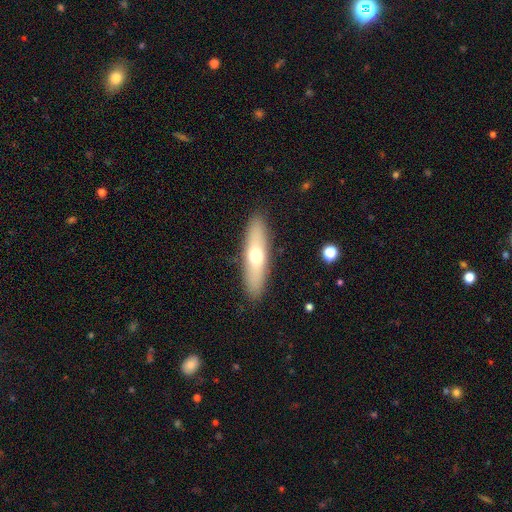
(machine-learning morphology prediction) Smooth or featured?
  - smooth: 59% *
  - featured or disk: 35%
  - star or artifact: 6%
How rounded?
  - cigar-shaped: 68% *
  - in between: 30%
  - round: 2%
Merging?
  - none: 89% *
  - minor disturbance: 8%
  - major disturbance: 2%
  - merger: 1%